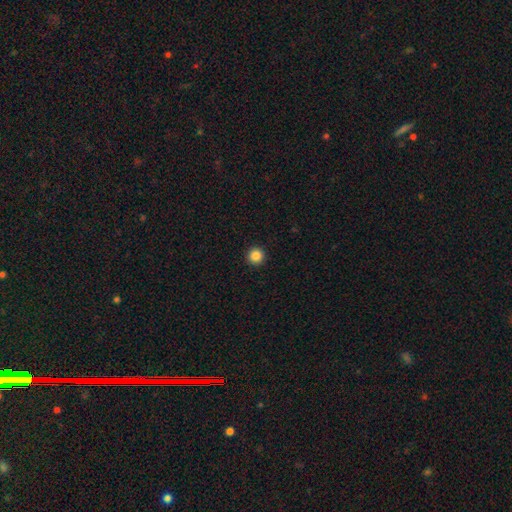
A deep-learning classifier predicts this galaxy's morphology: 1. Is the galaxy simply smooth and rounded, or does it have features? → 87% smooth, 10% star or artifact, 3% featured or disk.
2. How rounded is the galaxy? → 96% round, 3% in between, 1% cigar-shaped.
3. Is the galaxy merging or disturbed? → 94% none, 4% minor disturbance, 1% major disturbance, 1% merger.